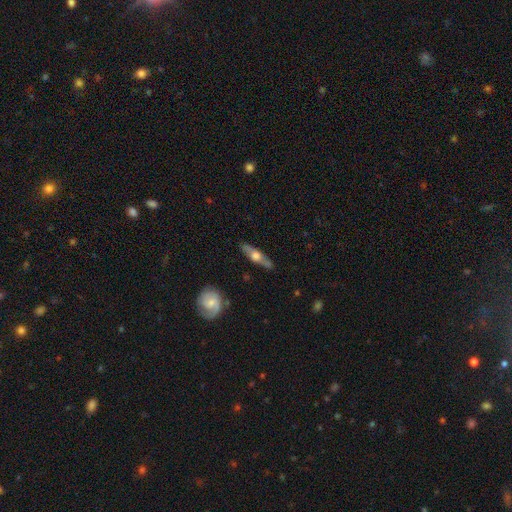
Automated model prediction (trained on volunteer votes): The model was most divided on "smooth or featured": featured or disk: 61%, smooth: 34%, star or artifact: 5%. More confident: merging — none (84%); edge-on disk — yes (81%).